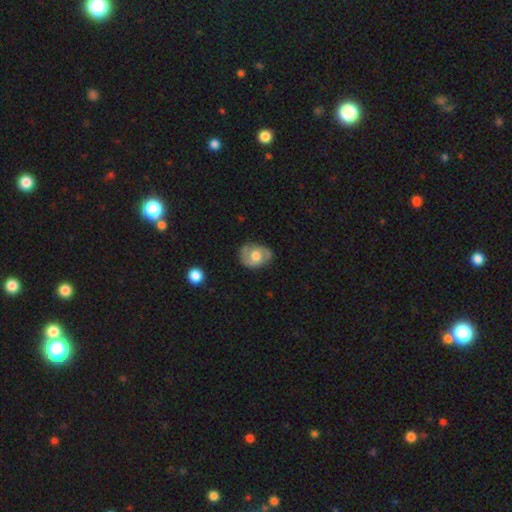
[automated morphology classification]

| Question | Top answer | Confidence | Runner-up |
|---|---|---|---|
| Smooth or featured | featured or disk | 63% | smooth (31%) |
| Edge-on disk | no | 96% | yes (4%) |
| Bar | no | 63% | weak (32%) |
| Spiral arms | yes | 81% | no (19%) |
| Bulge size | moderate | 65% | large (21%) |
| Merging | none | 72% | minor disturbance (20%) |